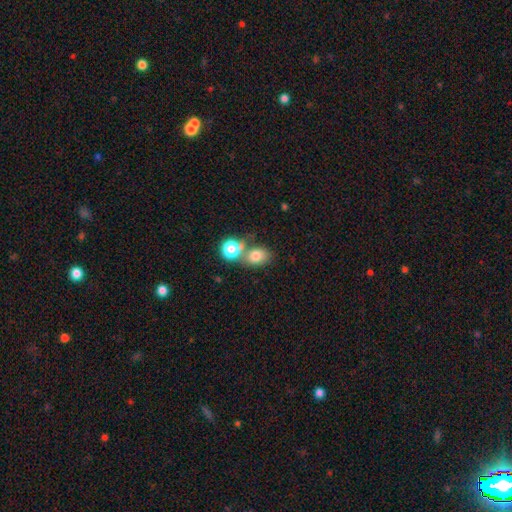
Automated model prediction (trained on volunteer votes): smooth 76%, star or artifact 13%, featured or disk 11%. Down the decision tree: how rounded — in between (60%); merging — none (44%).